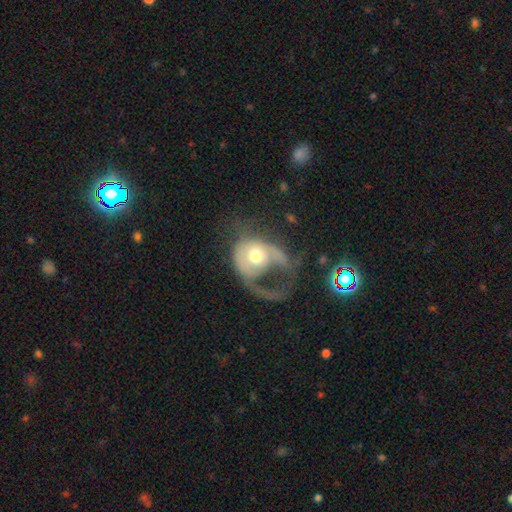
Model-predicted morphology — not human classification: Smooth or featured? featured or disk (54%)
Edge-on disk? no (96%)
Bar? no (80%)
Spiral arms? no (53%)
Bulge size? moderate (69%)
Merging? major disturbance (69%)